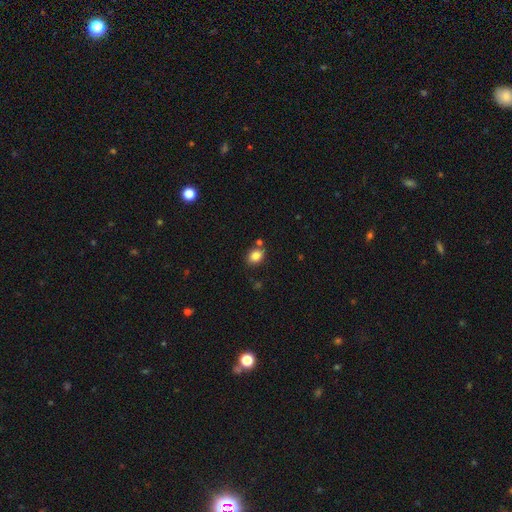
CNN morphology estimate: This is clearly a smooth galaxy (84%). How rounded: likely in between (61%). Merging: likely none (72%).